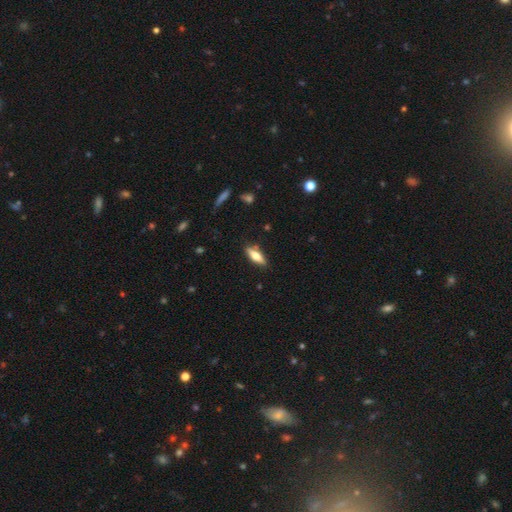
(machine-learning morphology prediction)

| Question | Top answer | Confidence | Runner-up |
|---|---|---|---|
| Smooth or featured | smooth | 62% | featured or disk (32%) |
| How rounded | in between | 49% | tied: cigar-shaped (49%) |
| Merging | none | 85% | minor disturbance (11%) |